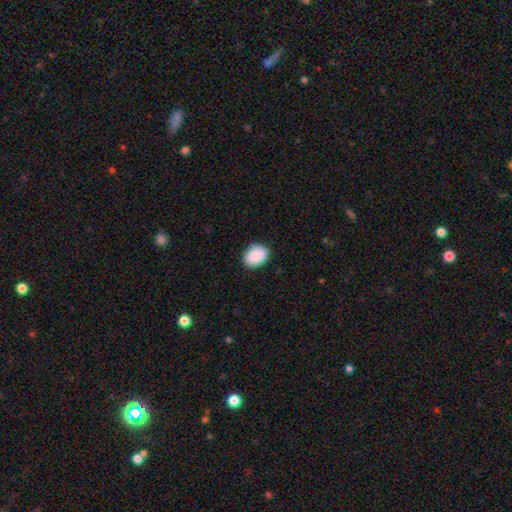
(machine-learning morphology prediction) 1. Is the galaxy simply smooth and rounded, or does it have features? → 89% smooth, 7% star or artifact, 4% featured or disk.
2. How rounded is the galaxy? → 65% in between, 34% round, 1% cigar-shaped.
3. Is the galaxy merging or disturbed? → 81% none, 15% minor disturbance, 3% major disturbance, 1% merger.